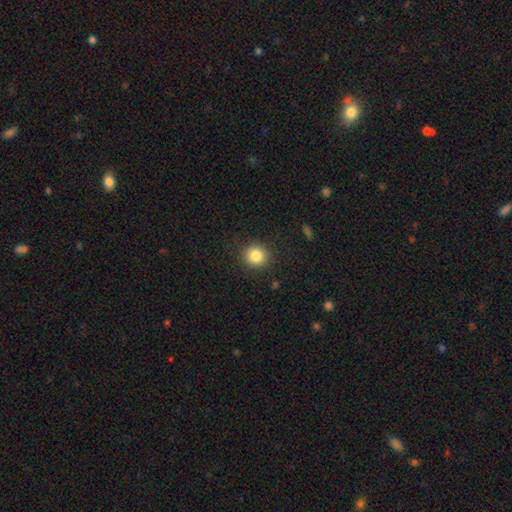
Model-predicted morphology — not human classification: Smooth or featured? Predicted: smooth (p=0.83). How rounded? Predicted: round (p=0.88). Merging? Predicted: none (p=0.90).